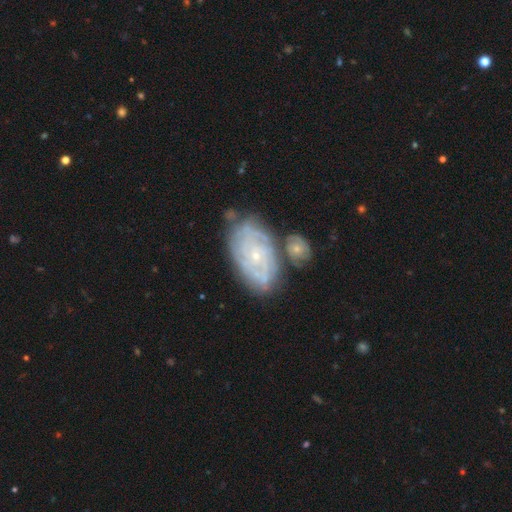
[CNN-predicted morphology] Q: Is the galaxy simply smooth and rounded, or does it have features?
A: featured or disk — 81%.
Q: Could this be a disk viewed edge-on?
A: no — 95%.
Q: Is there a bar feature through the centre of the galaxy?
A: no — 78%.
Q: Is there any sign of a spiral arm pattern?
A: yes — 89%.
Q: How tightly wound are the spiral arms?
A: tight — 75%.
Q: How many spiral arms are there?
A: can't tell — 50%.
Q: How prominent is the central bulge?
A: small — 80%.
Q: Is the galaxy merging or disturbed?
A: none — 58%.